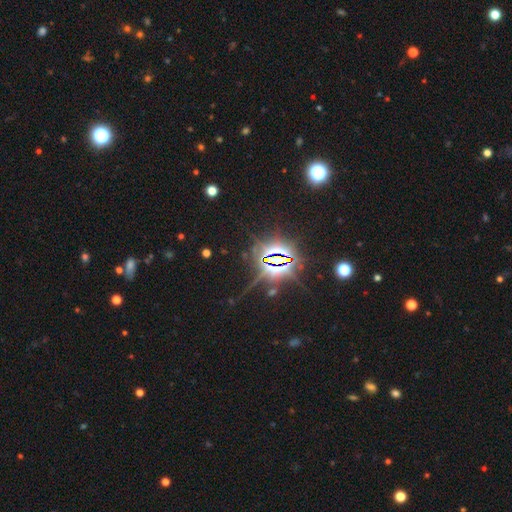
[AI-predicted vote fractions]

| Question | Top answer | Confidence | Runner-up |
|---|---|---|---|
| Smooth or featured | star or artifact | 84% | smooth (9%) |